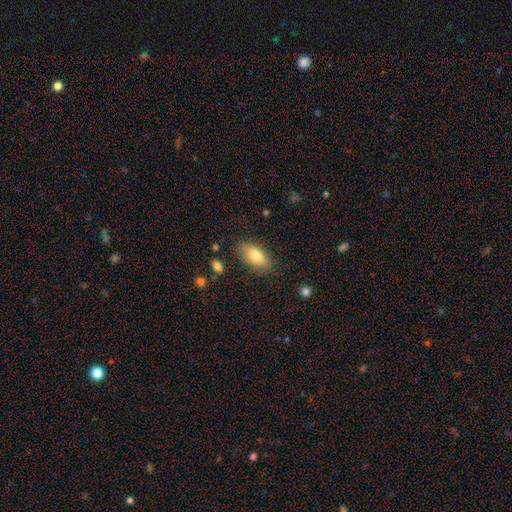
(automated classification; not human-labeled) A smooth galaxy with no disk features (73%) that is in between round and cigar-shaped (84%).

Vote fractions:
- Smooth or featured? smooth: 73% / featured or disk: 20% / star or artifact: 7%
- How rounded? in between: 84% / cigar-shaped: 12% / round: 3%
- Merging? none: 83% / minor disturbance: 12% / major disturbance: 3% / merger: 2%